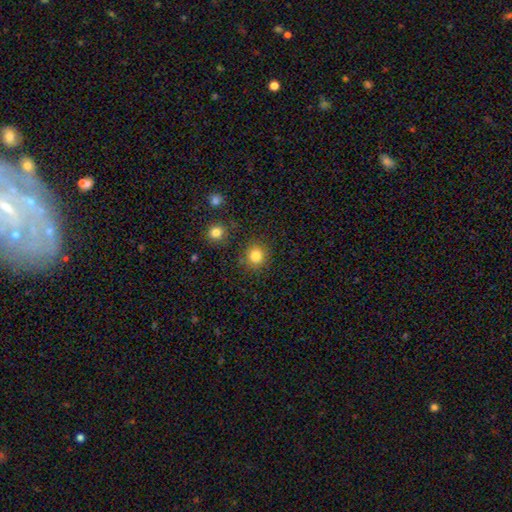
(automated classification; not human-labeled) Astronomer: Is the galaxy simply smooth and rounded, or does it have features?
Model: smooth — 83%.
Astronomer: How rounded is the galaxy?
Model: round — 91%.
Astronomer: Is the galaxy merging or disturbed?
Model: none — 85%.